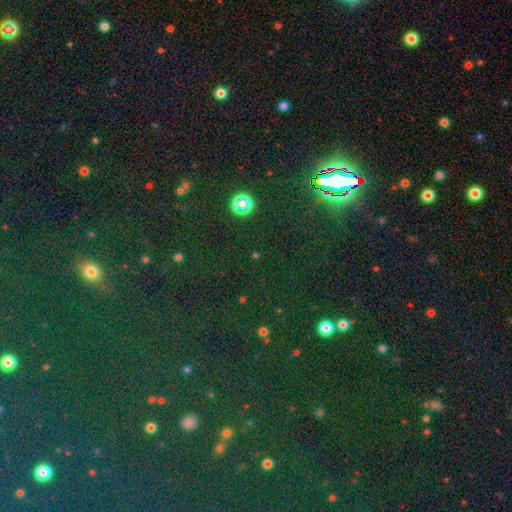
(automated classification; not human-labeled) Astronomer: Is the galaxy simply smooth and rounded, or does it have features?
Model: star or artifact — 70%.